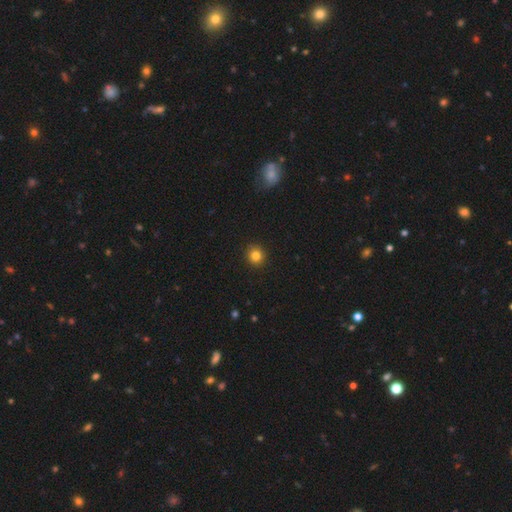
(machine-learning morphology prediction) This appears to be a smooth galaxy with no disk features (83%) that is round (90%). Merging: none (92%).